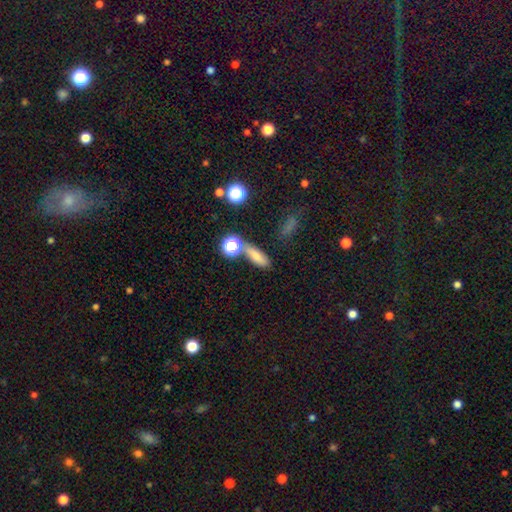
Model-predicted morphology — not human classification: type=smooth (71%); roundness=in between (55%); merging=none (63%).